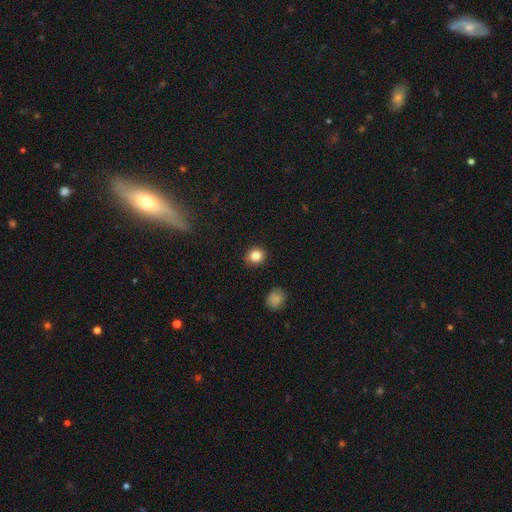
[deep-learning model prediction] Morphology: type=smooth (85%); roundness=round (78%); merging=none (88%).